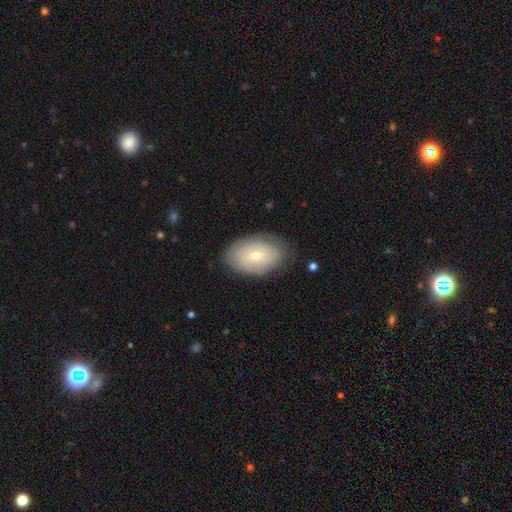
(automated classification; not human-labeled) This is possibly a smooth galaxy (55%). How rounded: clearly in between (88%). Merging: likely none (76%).